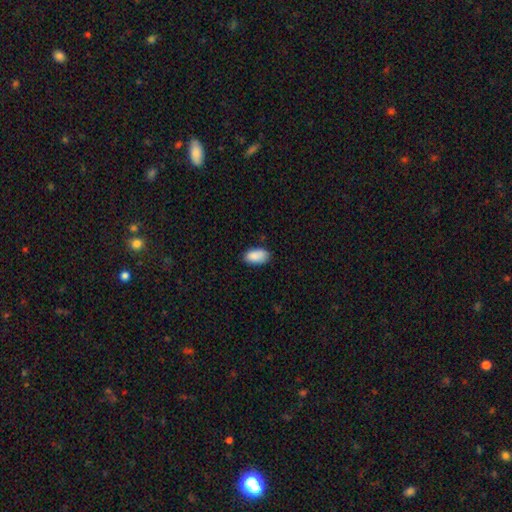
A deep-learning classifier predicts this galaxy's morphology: Smooth or featured: smooth — 89% (star or artifact — 7%)
How rounded: in between — 94% (round — 4%)
Merging: none — 78% (minor disturbance — 17%)